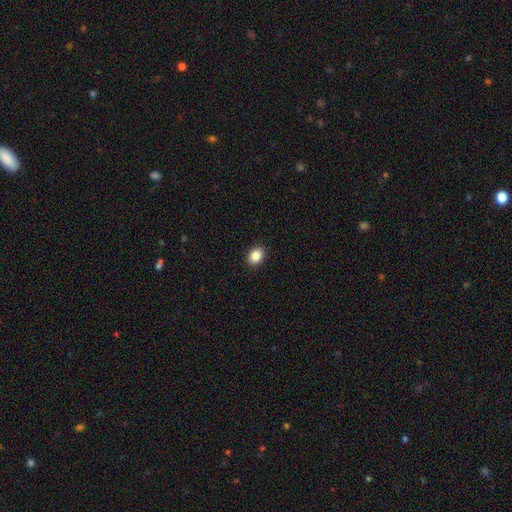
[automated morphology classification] A smooth galaxy with no disk features (86%) that is in between round and cigar-shaped (66%).

Vote fractions:
- Smooth or featured? smooth: 86% / star or artifact: 9% / featured or disk: 5%
- How rounded? in between: 66% / round: 33% / cigar-shaped: 1%
- Merging? none: 91% / minor disturbance: 6% / major disturbance: 2% / merger: 1%